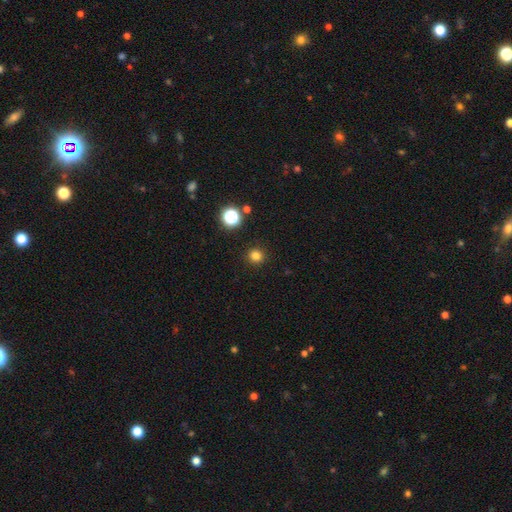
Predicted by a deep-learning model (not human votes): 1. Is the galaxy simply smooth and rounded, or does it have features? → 81% smooth, 15% star or artifact, 4% featured or disk.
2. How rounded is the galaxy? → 94% round, 5% in between, 1% cigar-shaped.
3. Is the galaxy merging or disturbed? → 92% none, 5% minor disturbance, 2% major disturbance, 1% merger.